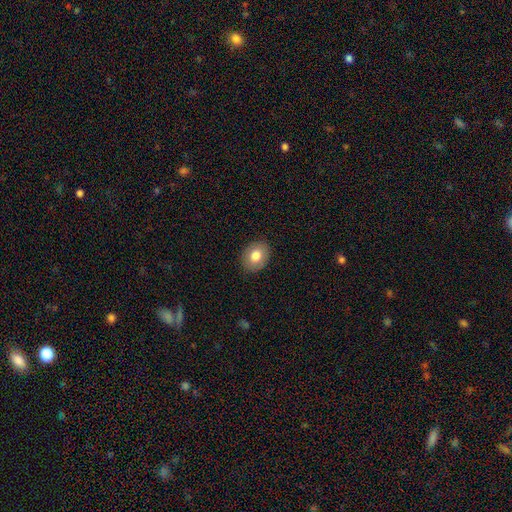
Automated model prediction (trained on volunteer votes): A smooth galaxy with no disk features (80%) that is in between round and cigar-shaped (61%).

Vote fractions:
- Smooth or featured? smooth: 80% / featured or disk: 12% / star or artifact: 8%
- How rounded? in between: 61% / round: 38% / cigar-shaped: 1%
- Merging? none: 88% / minor disturbance: 9% / major disturbance: 2% / merger: 1%